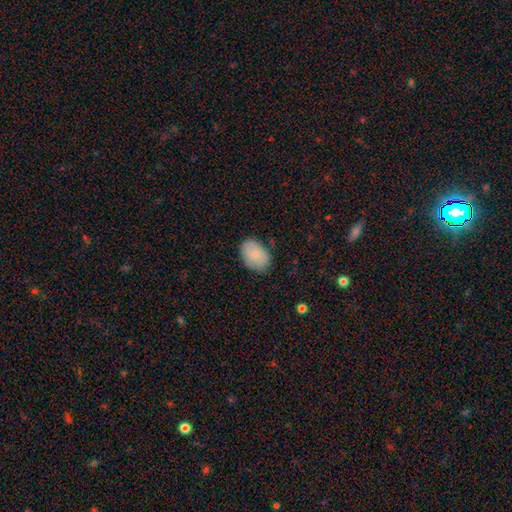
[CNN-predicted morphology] This is likely a smooth galaxy (79%). How rounded: clearly in between (81%). Merging: likely none (79%).